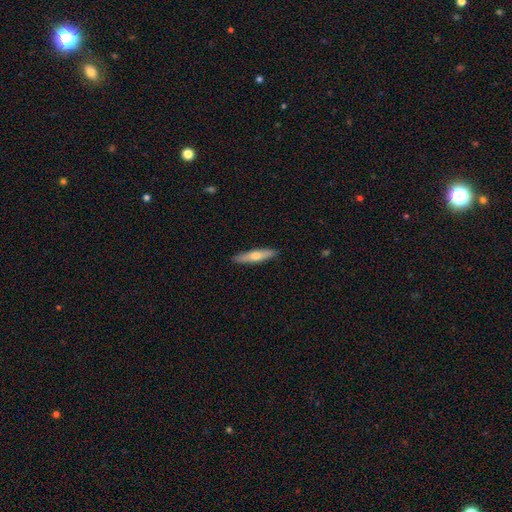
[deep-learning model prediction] smooth-or-featured: smooth: 57% | featured or disk: 37% | star or artifact: 6%
  how-rounded: cigar-shaped: 81% | in between: 17% | round: 2%
  merging: none: 90% | minor disturbance: 7% | major disturbance: 2% | merger: 1%